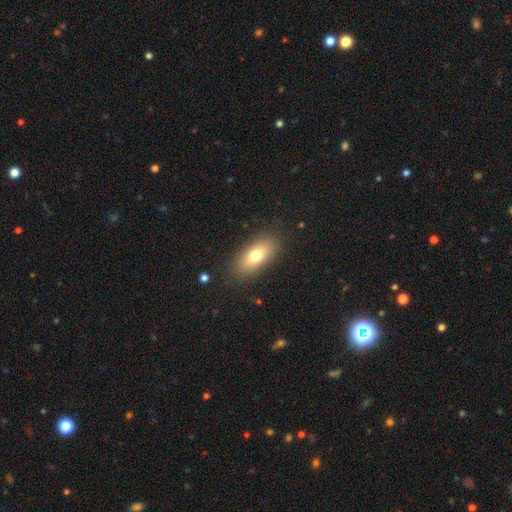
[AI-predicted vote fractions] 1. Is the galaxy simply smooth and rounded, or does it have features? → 76% smooth, 16% featured or disk, 8% star or artifact.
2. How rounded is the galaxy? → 86% in between, 9% cigar-shaped, 4% round.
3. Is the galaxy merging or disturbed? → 85% none, 10% minor disturbance, 4% major disturbance, 1% merger.